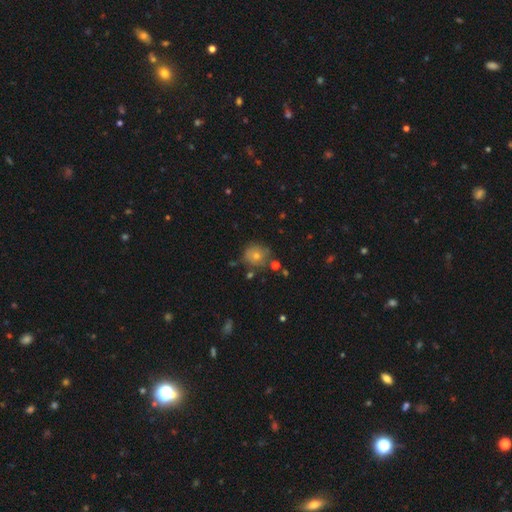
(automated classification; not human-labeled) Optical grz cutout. It shows a smooth galaxy with no disk features (69%) that is round (82%). Merging: none (64%).